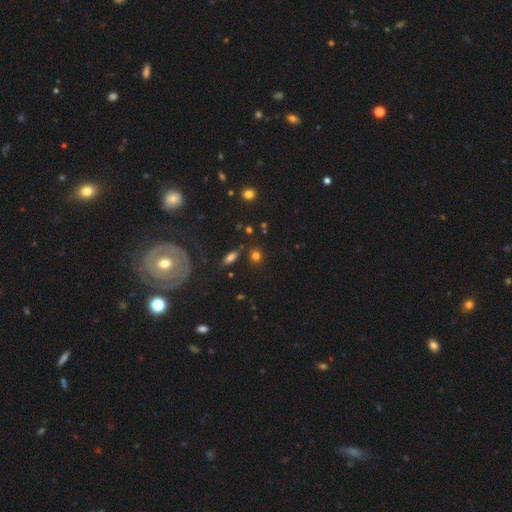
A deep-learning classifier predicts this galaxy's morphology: Q: Smooth or featured?
A: smooth (77%); runner-up: star or artifact (15%)
Q: How rounded?
A: round (71%); runner-up: in between (24%)
Q: Merging?
A: none (82%); runner-up: minor disturbance (9%)